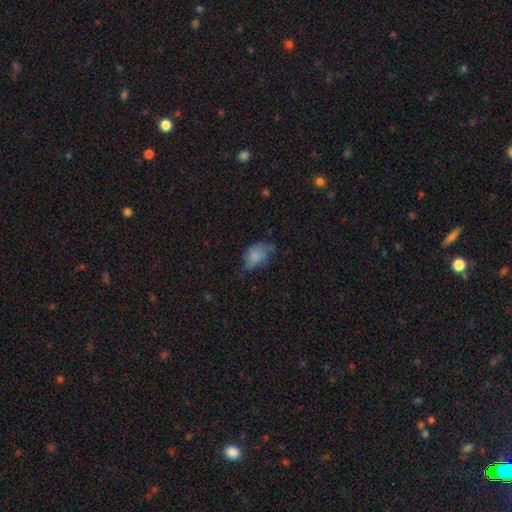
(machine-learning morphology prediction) smooth 68%, featured or disk 21%, star or artifact 11%. Down the decision tree: how rounded — in between (85%); merging — minor disturbance (36%).